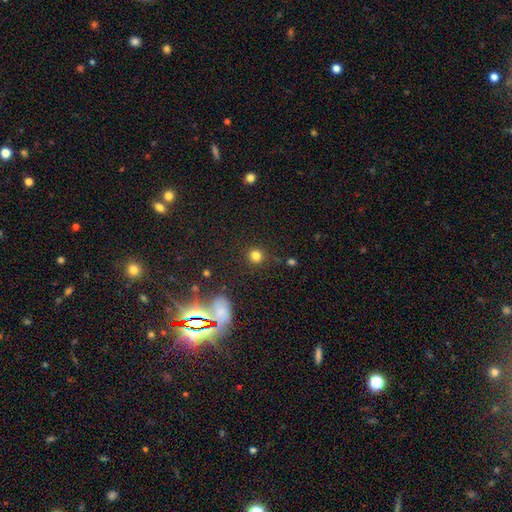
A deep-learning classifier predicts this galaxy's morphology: smooth-or-featured: smooth: 80% | star or artifact: 14% | featured or disk: 6%
  how-rounded: round: 91% | in between: 8% | cigar-shaped: 1%
  merging: none: 86% | minor disturbance: 8% | major disturbance: 3% | merger: 2%